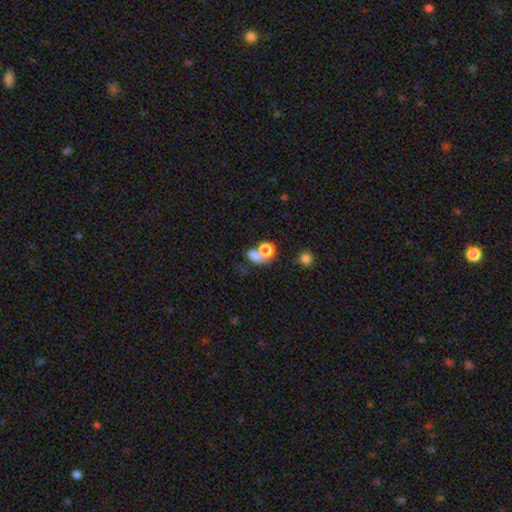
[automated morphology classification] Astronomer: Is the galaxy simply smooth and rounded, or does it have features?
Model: smooth — 71%.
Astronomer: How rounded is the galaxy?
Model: in between — 57% (runner-up: round, 42%).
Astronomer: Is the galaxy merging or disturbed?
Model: merger — 49% (runner-up: none, 32%).